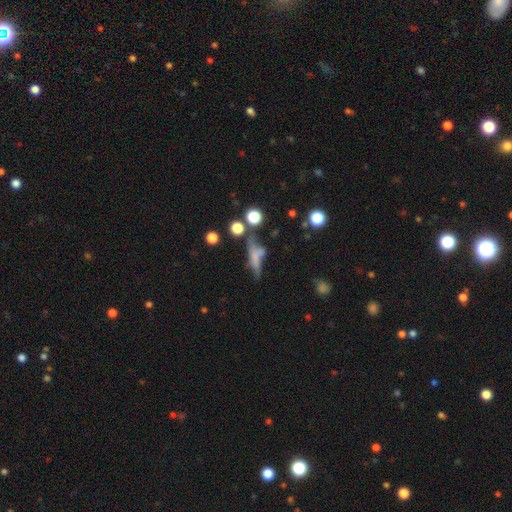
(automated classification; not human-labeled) Smooth or featured? smooth (48%)
Merging? none (41%)